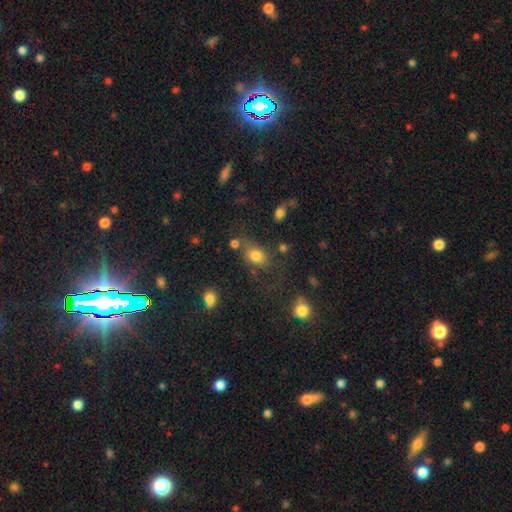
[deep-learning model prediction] The model was most divided on "merging": none: 58%, minor disturbance: 19%, merger: 12%, major disturbance: 11%. More confident: smooth or featured — smooth (76%); how rounded — in between (71%).